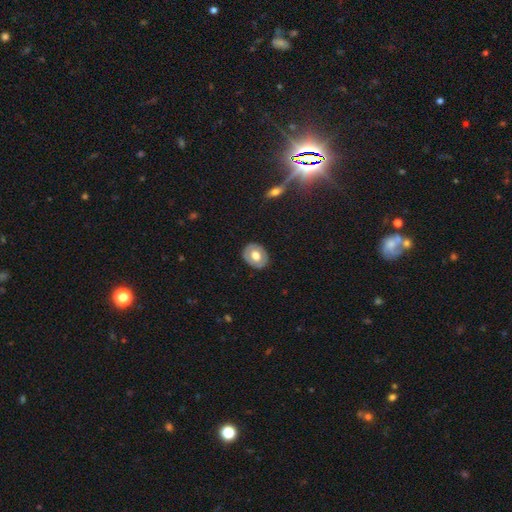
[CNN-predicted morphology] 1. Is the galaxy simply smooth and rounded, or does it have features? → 57% smooth, 37% featured or disk, 6% star or artifact.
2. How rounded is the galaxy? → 51% in between, 48% round, 1% cigar-shaped.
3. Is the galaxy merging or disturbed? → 86% none, 11% minor disturbance, 3% major disturbance, 1% merger.